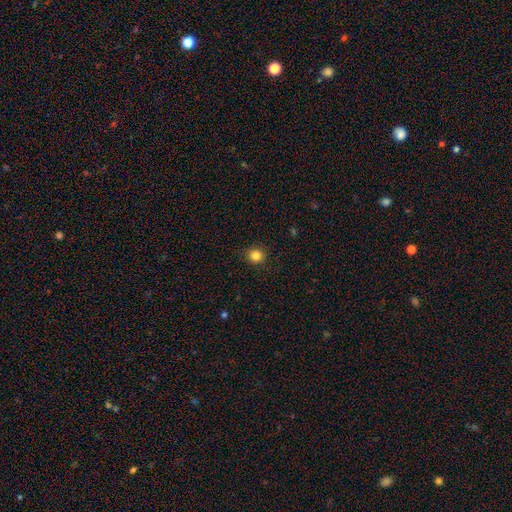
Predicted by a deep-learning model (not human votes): smooth 84%, star or artifact 12%, featured or disk 4%. Down the decision tree: how rounded — round (92%); merging — none (90%).